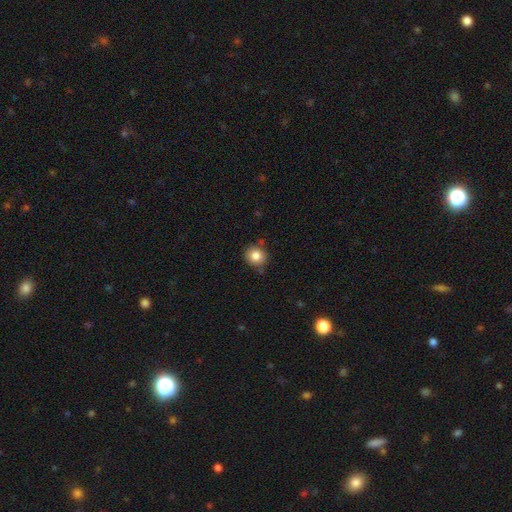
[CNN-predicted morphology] smooth-or-featured: smooth: 83% | star or artifact: 10% | featured or disk: 7%
  how-rounded: round: 87% | in between: 12% | cigar-shaped: 1%
  merging: none: 80% | minor disturbance: 14% | merger: 4% | major disturbance: 3%